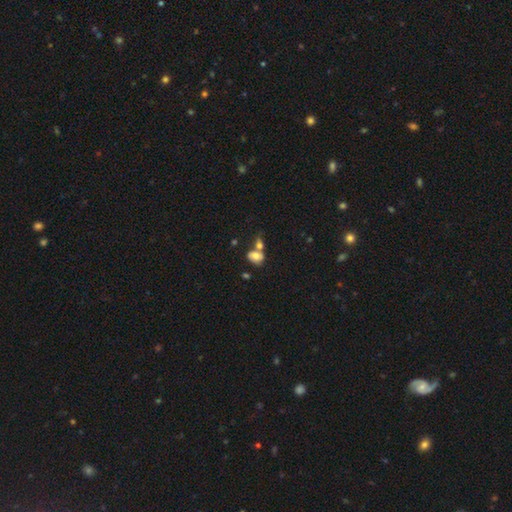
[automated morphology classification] type=smooth (73%); roundness=in between (73%); merging=merger (49%).